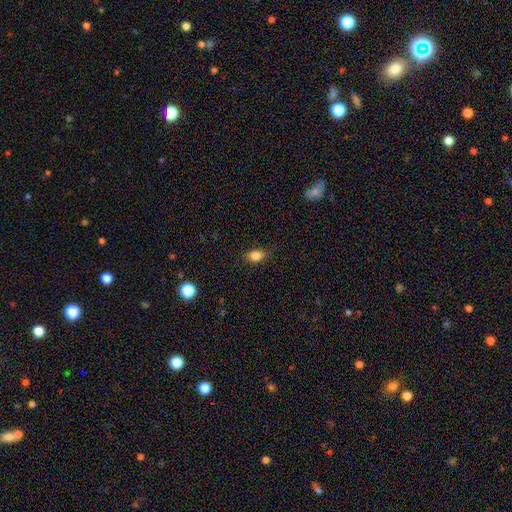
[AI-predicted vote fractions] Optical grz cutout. It shows a smooth galaxy with no disk features (84%) that is in between round and cigar-shaped (71%). Merging: none (78%).